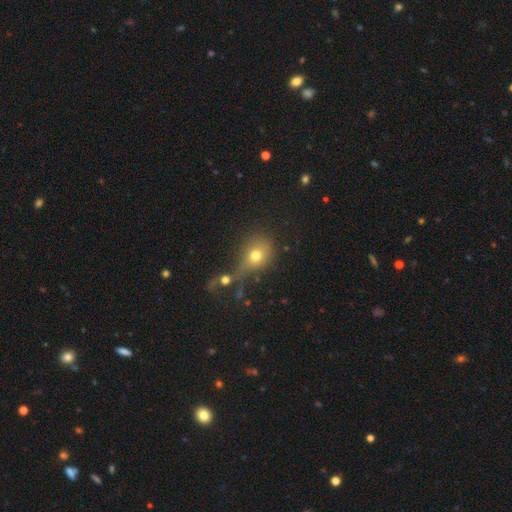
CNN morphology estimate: smooth_or_featured: smooth (p=0.69) [alt: star or artifact p=0.16]
how_rounded: round (p=0.62) [alt: in between p=0.36]
merging: none (p=0.37) [alt: merger p=0.31]